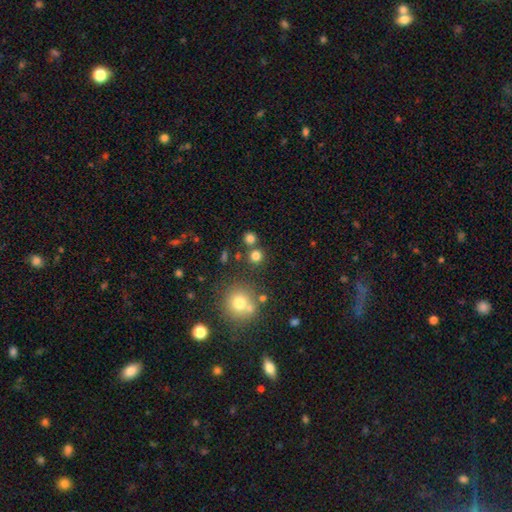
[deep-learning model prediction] A smooth galaxy with no disk features (77%) that is round (91%). Merging: none (75%).